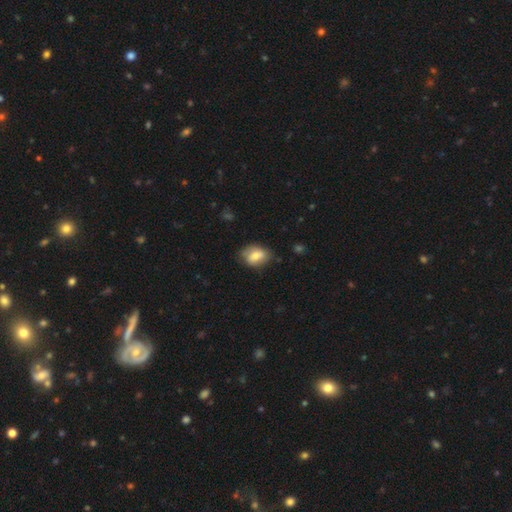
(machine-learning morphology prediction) Smooth or featured? smooth (68%)
How rounded? in between (70%)
Merging? none (65%)